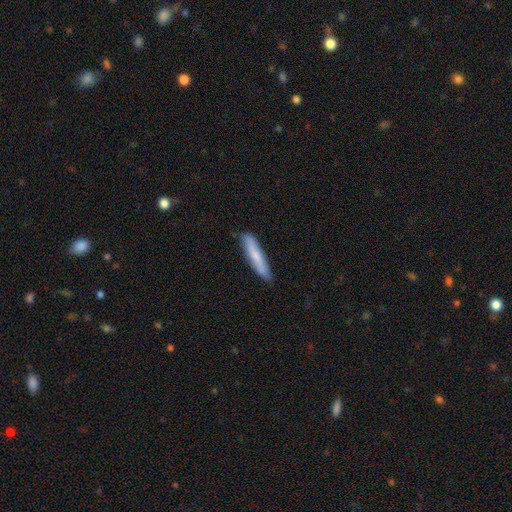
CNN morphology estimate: Smooth or featured: smooth — 71% (featured or disk — 23%)
How rounded: cigar-shaped — 89% (in between — 10%)
Merging: none — 83% (minor disturbance — 14%)